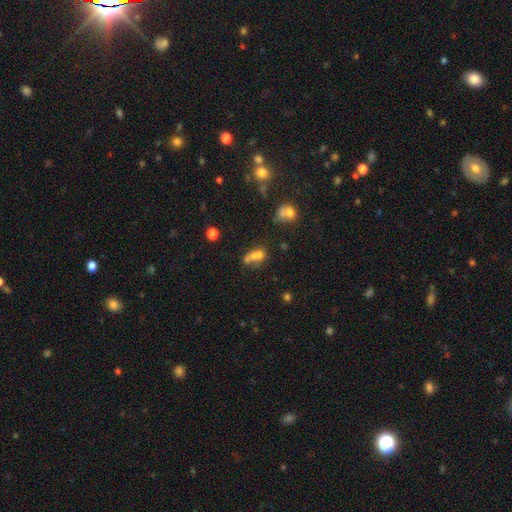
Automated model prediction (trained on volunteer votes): Smooth or featured?
  - smooth: 60% *
  - featured or disk: 23%
  - star or artifact: 17%
How rounded?
  - in between: 61% *
  - round: 35%
  - cigar-shaped: 4%
Merging?
  - merger: 54% *
  - none: 27%
  - minor disturbance: 11%
  - major disturbance: 9%